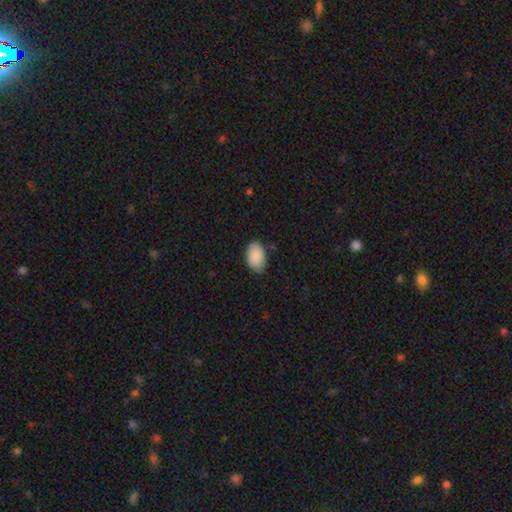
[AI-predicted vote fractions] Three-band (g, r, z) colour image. It shows a smooth galaxy with no disk features (90%) that is in between round and cigar-shaped (93%). Merging: none (80%).